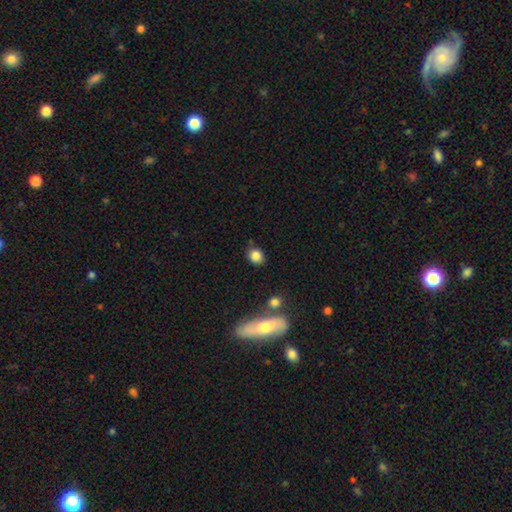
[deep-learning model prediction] The model was most divided on "how rounded": round: 62%, in between: 37%, cigar-shaped: 2%. More confident: smooth or featured — smooth (83%); merging — none (77%).